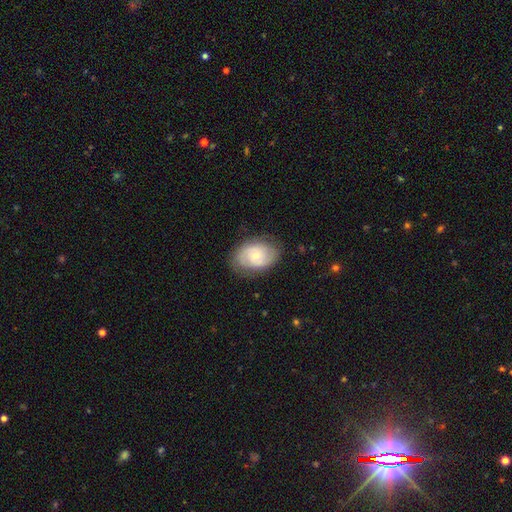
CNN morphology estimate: smooth-or-featured: featured or disk: 50% | smooth: 44% | star or artifact: 7%
  merging: none: 77% | minor disturbance: 17% | major disturbance: 6% | merger: 1%